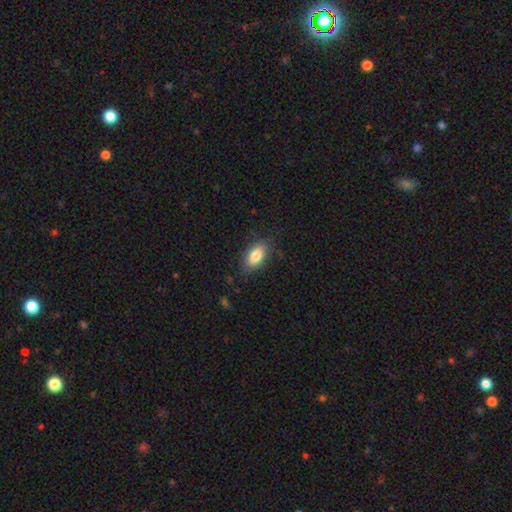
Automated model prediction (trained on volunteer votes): smooth 83%, featured or disk 10%, star or artifact 7%. Down the decision tree: how rounded — in between (90%); merging — none (82%).